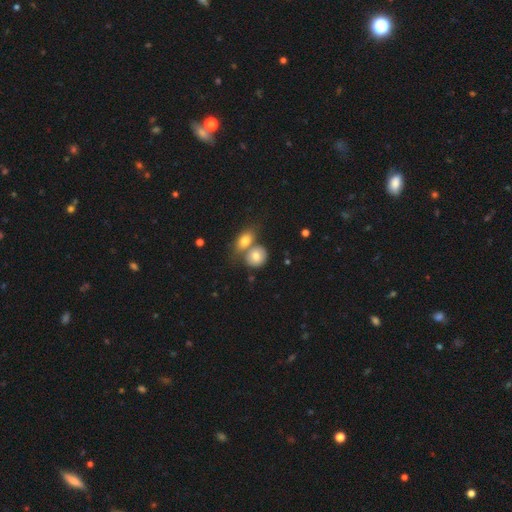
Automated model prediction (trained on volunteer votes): Smooth or featured?
  - smooth: 76% *
  - featured or disk: 16%
  - star or artifact: 8%
How rounded?
  - round: 66% *
  - in between: 32%
  - cigar-shaped: 2%
Merging?
  - merger: 47% *
  - none: 39%
  - minor disturbance: 10%
  - major disturbance: 4%